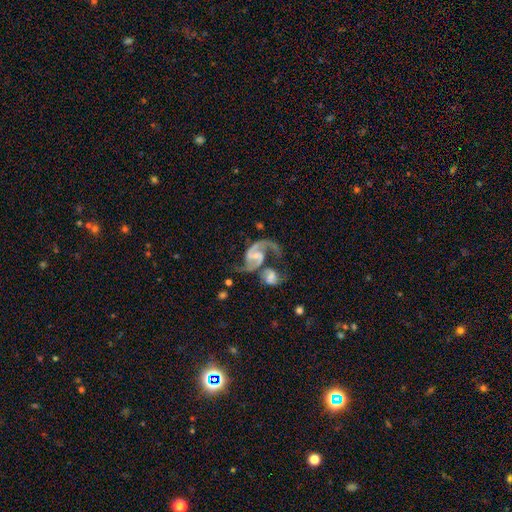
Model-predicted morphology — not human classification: This is clearly a featured or disk galaxy (90%). It is clearly not viewed edge-on (98%). Bar: possibly weak (47%). Spiral arm pattern: clearly yes (97%). Spiral arm count: clearly 2 (89%). Spiral winding: possibly loose (47%). Central bulge: possibly small (55%). Merging: marginally merger (42%).